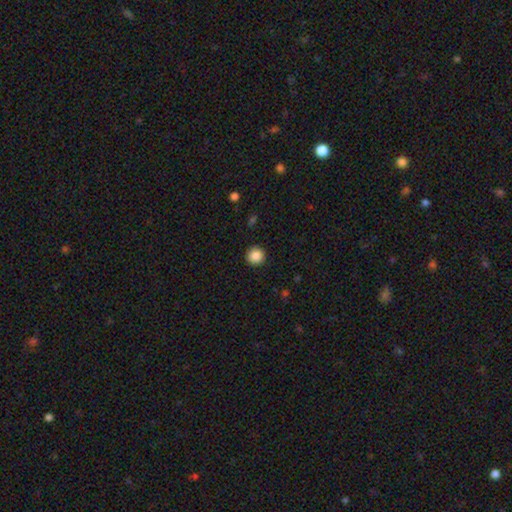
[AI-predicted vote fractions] This is clearly a smooth galaxy (87%). How rounded: clearly round (95%). Merging: clearly none (92%).